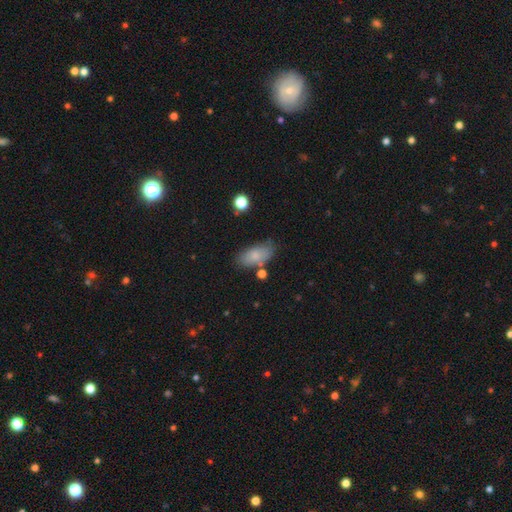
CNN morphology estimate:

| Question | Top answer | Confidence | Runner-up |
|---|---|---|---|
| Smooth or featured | smooth | 79% | featured or disk (13%) |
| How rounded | in between | 89% | cigar-shaped (7%) |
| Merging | none | 71% | minor disturbance (18%) |